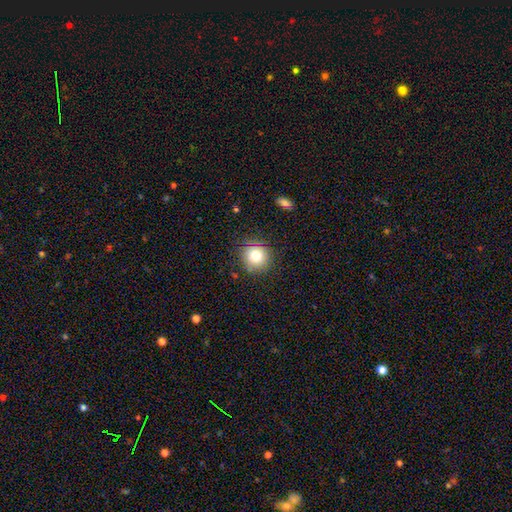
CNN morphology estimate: A smooth galaxy with no disk features (79%) that is round (91%). Merging: none (84%).